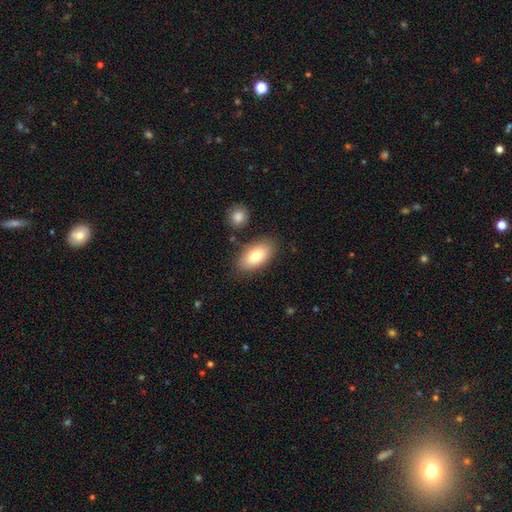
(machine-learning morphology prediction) Smooth or featured: smooth — 79% (featured or disk — 14%)
How rounded: in between — 93% (round — 4%)
Merging: none — 80% (minor disturbance — 12%)